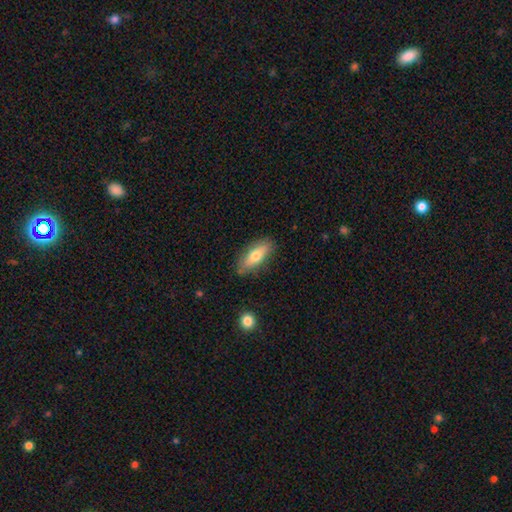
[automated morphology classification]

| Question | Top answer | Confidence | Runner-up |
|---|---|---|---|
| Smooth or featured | smooth | 68% | featured or disk (26%) |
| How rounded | in between | 66% | cigar-shaped (31%) |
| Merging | none | 82% | minor disturbance (13%) |